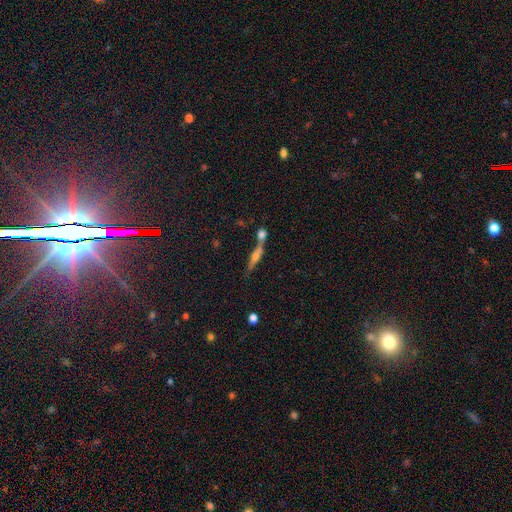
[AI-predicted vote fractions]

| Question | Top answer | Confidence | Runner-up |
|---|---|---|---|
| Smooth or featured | featured or disk | 58% | smooth (29%) |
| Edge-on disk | yes | 87% | no (13%) |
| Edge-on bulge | rounded | 83% | none (9%) |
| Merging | none | 49% | merger (35%) |